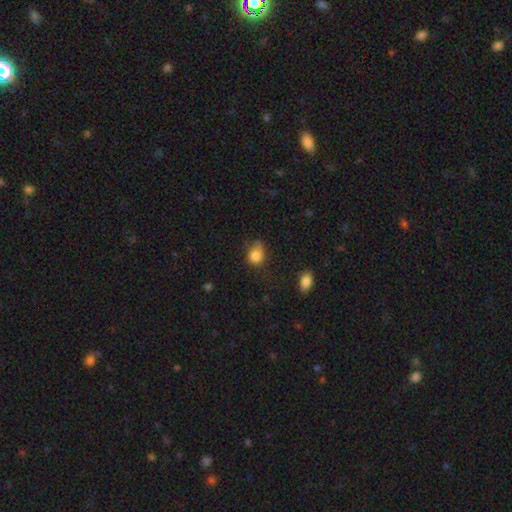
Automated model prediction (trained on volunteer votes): A smooth galaxy with no disk features (82%) that is round (63%).

Vote fractions:
- Smooth or featured? smooth: 82% / star or artifact: 11% / featured or disk: 7%
- How rounded? round: 63% / in between: 36% / cigar-shaped: 1%
- Merging? none: 45% / minor disturbance: 36% / major disturbance: 15% / merger: 4%